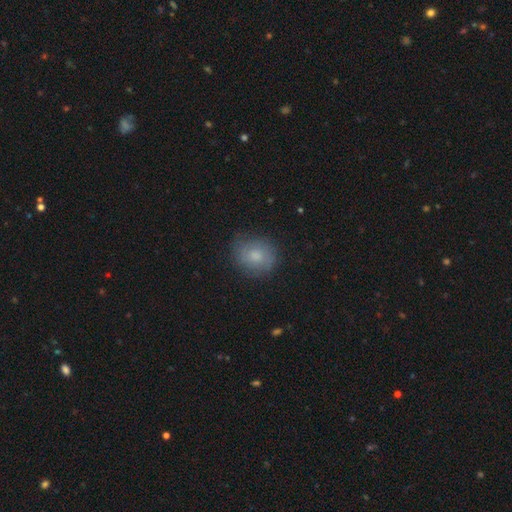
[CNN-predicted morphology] Smooth or featured? Predicted: smooth (p=0.71). How rounded? Predicted: round (p=0.69). Merging? Predicted: none (p=0.76).